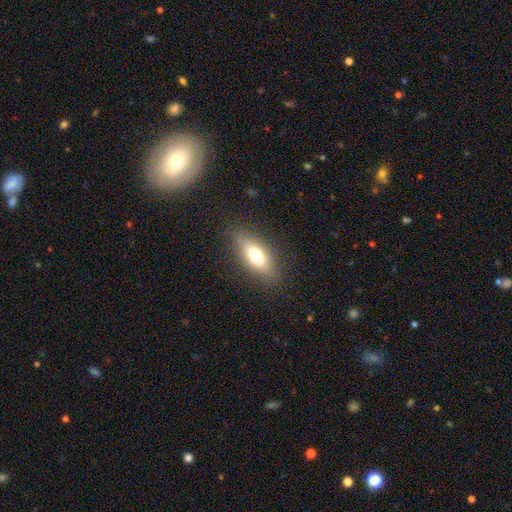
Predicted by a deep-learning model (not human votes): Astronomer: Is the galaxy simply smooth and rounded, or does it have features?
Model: smooth — 64%.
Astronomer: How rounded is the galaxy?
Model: in between — 70%.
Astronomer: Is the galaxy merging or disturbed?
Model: none — 83%.